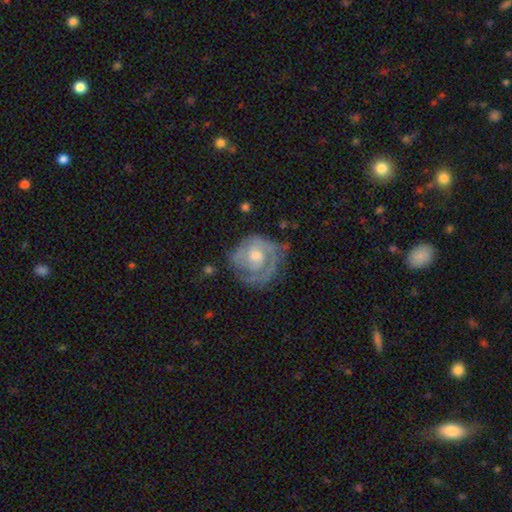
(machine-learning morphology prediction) Overall: featured or disk (78%). Edge-on disk: no (98%). Bar: no (72%). Spiral arms: yes (89%). Spiral arm count: 2 (37%; can't tell 27%). Spiral winding: tight (64%; medium 27%). Bulge size: moderate (60%; small 29%). Merging: none (61%; minor disturbance 24%).